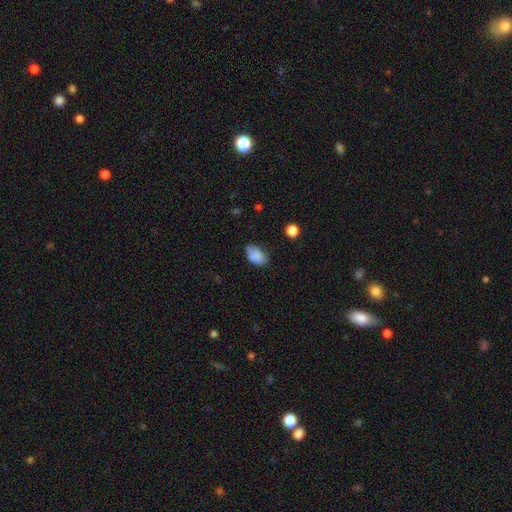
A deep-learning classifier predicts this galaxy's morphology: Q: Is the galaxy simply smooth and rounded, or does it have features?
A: smooth — 81%.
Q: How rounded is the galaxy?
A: in between — 89%.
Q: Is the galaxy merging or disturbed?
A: none — 61%.